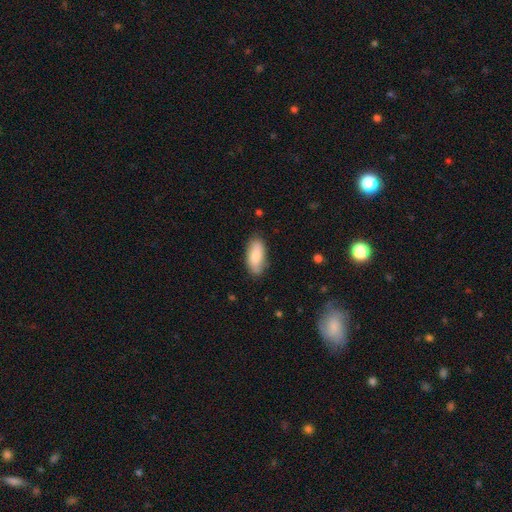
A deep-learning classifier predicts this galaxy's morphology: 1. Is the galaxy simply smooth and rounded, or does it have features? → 79% smooth, 15% featured or disk, 6% star or artifact.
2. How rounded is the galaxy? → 87% in between, 11% cigar-shaped, 2% round.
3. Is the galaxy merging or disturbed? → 80% none, 16% minor disturbance, 3% major disturbance, 1% merger.